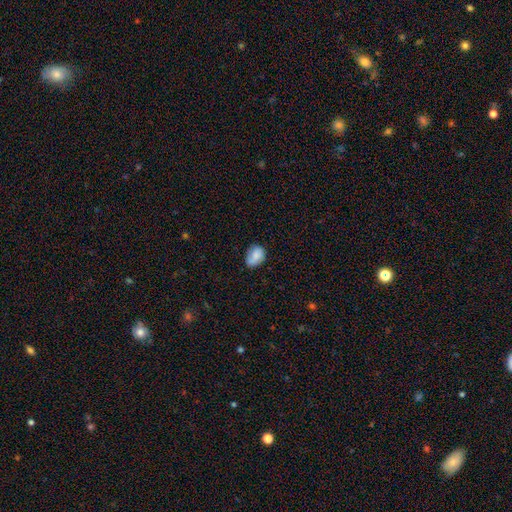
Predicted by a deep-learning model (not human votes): Overall: smooth (81%). How rounded: in between (71%). Merging: none (61%; minor disturbance 30%).